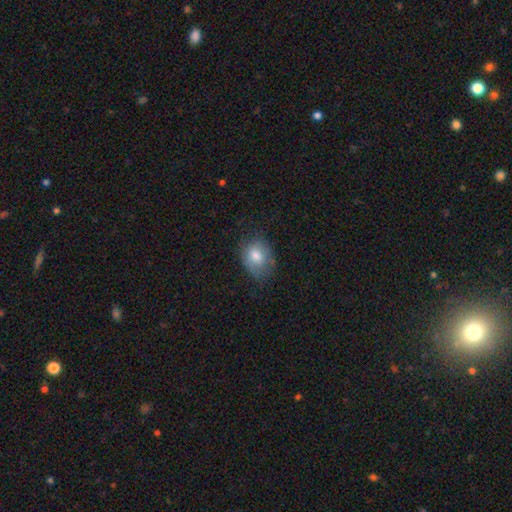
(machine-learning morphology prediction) This appears to be a smooth galaxy with no disk features (75%) that is in between round and cigar-shaped (67%). Merging: none (61%).